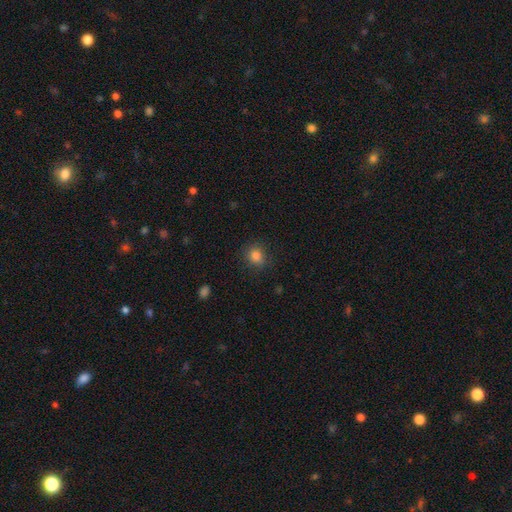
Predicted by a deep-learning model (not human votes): Smooth or featured: smooth — 82% (star or artifact — 12%)
How rounded: round — 71% (in between — 28%)
Merging: none — 83% (minor disturbance — 12%)